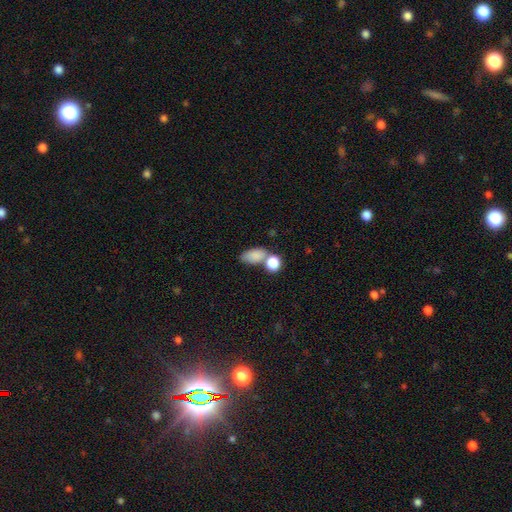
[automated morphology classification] The model was most divided on "merging": none: 49%, merger: 30%, minor disturbance: 14%, major disturbance: 6%. More confident: how rounded — in between (85%); smooth or featured — smooth (82%).